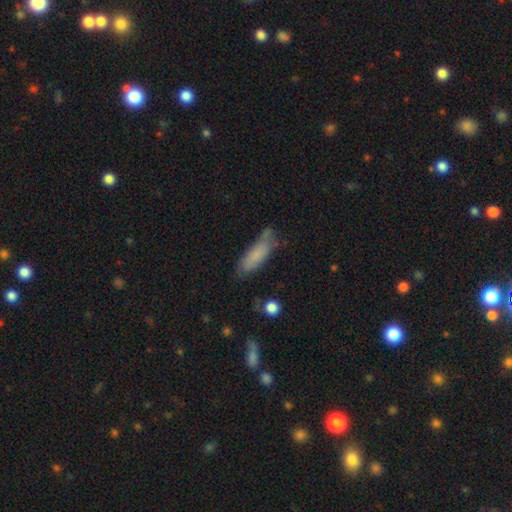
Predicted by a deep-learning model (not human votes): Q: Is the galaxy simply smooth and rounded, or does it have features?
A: smooth — 79%.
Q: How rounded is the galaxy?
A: cigar-shaped — 53%.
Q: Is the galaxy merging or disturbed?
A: none — 61%.